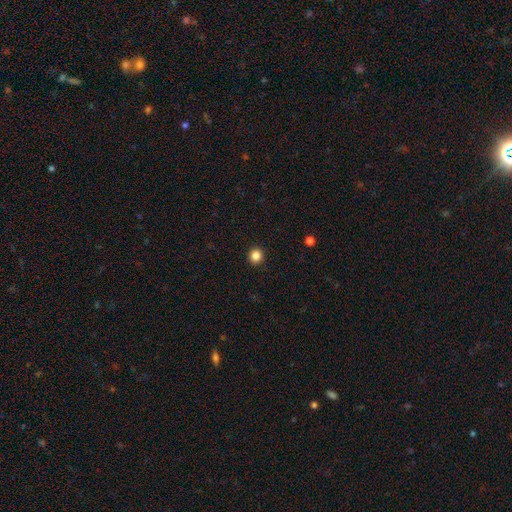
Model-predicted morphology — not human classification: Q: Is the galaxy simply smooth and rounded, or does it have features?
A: smooth — 85%.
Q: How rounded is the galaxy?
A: round — 93%.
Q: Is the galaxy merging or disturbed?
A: none — 93%.